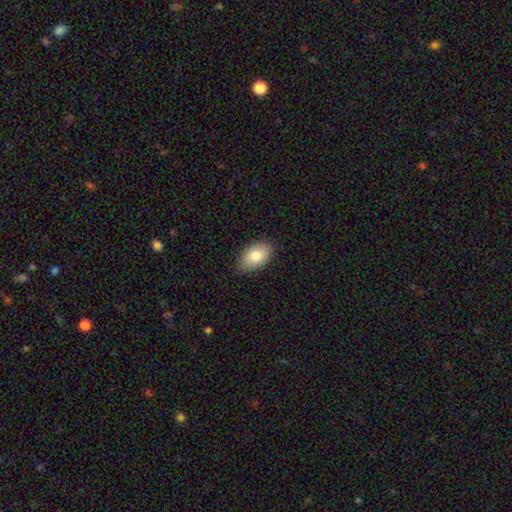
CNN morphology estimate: Smooth or featured?
  - smooth: 80% *
  - featured or disk: 13%
  - star or artifact: 7%
How rounded?
  - in between: 92% *
  - round: 7%
  - cigar-shaped: 1%
Merging?
  - none: 80% *
  - minor disturbance: 17%
  - major disturbance: 2%
  - merger: 1%